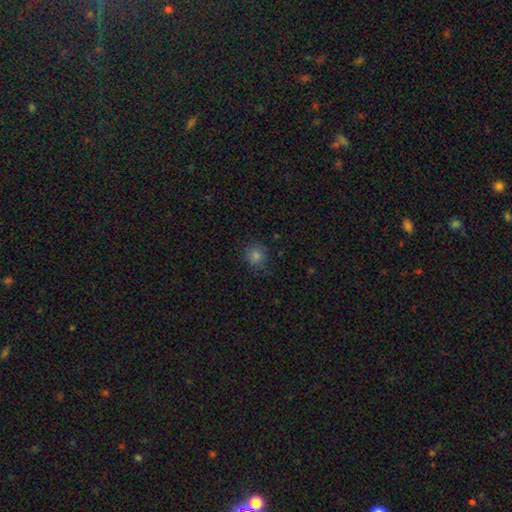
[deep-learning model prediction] A smooth galaxy with no disk features (76%) that is round (86%).

Vote fractions:
- Smooth or featured? smooth: 76% / star or artifact: 18% / featured or disk: 6%
- How rounded? round: 86% / in between: 13% / cigar-shaped: 1%
- Merging? none: 79% / minor disturbance: 16% / major disturbance: 4% / merger: 1%